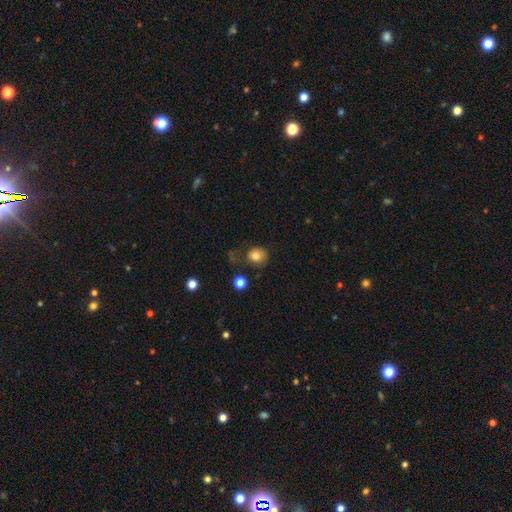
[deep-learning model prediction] smooth_or_featured: smooth (p=0.81) [alt: star or artifact p=0.11]
how_rounded: round (p=0.74) [alt: in between p=0.25]
merging: none (p=0.65) [alt: minor disturbance p=0.20]